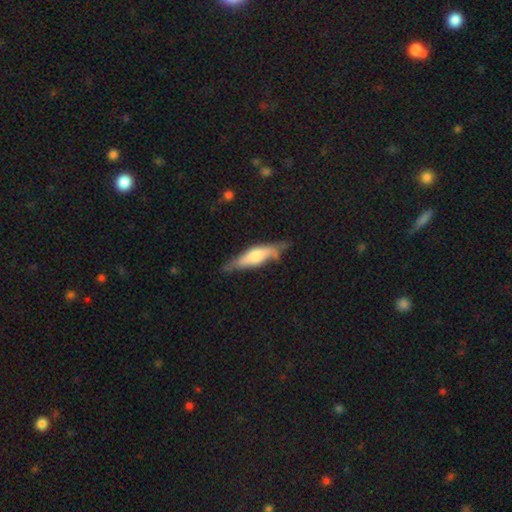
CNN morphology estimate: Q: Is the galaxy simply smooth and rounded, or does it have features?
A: smooth — 48%.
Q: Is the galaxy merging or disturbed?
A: none — 61%.